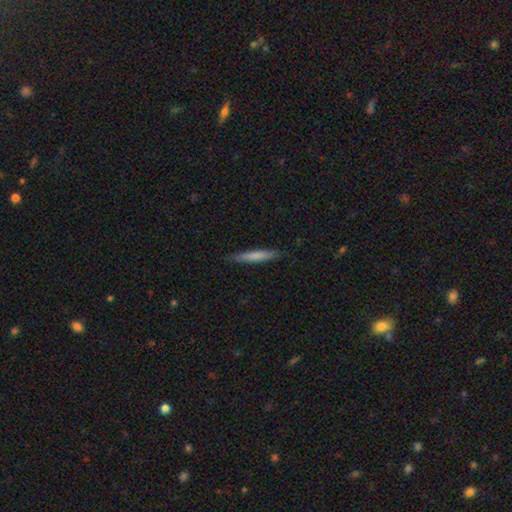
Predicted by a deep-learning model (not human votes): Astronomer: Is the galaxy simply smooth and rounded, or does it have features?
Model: smooth — 71%.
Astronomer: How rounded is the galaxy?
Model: cigar-shaped — 95%.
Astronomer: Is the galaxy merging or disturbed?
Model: none — 88%.